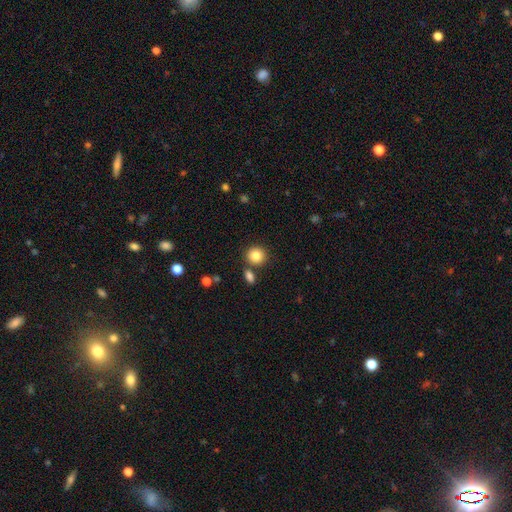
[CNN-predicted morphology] Overall: smooth (85%). How rounded: round (87%). Merging: none (77%).